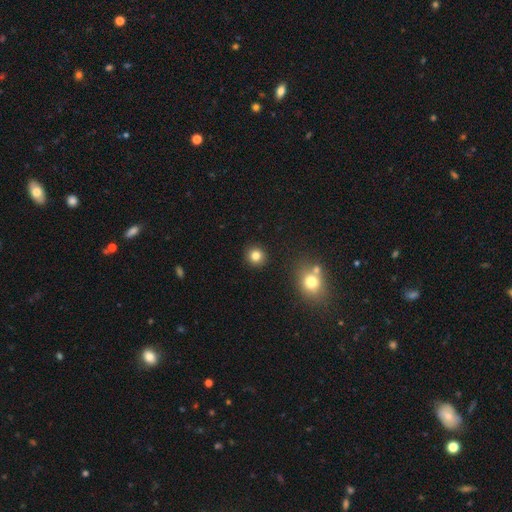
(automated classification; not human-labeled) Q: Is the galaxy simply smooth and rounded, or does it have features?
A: smooth — 82%.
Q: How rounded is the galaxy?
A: round — 93%.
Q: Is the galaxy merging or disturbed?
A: none — 91%.